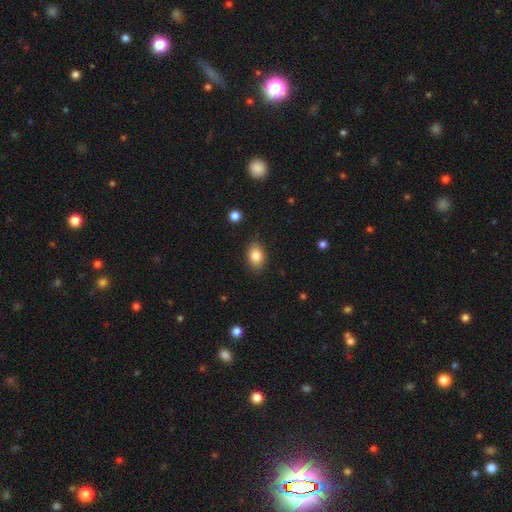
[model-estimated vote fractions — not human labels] Smooth or featured: smooth — 84% (star or artifact — 8%)
How rounded: in between — 81% (round — 18%)
Merging: none — 85% (minor disturbance — 11%)